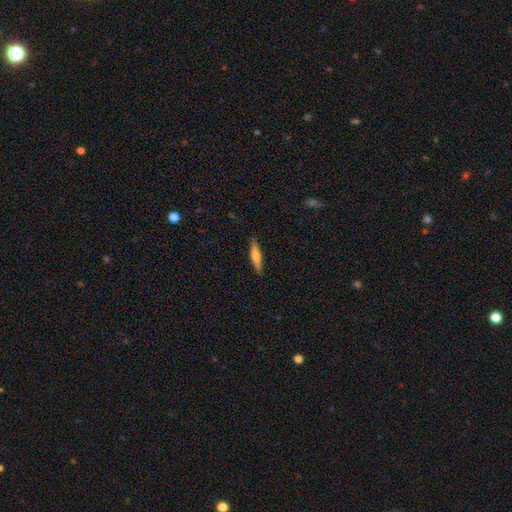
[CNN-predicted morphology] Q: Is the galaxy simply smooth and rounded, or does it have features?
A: smooth — 58%.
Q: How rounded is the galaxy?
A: cigar-shaped — 84%.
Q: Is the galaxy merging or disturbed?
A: none — 89%.